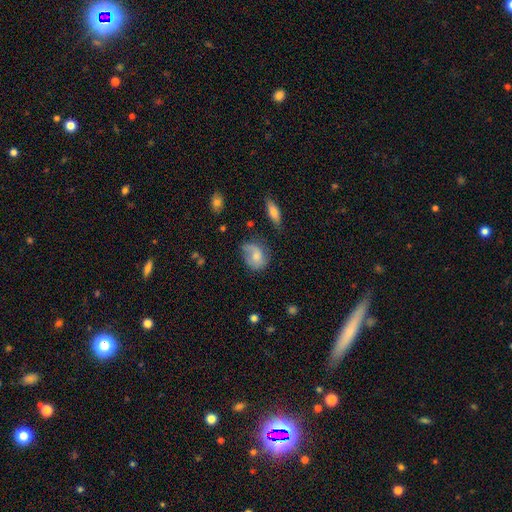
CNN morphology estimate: Smooth or featured? smooth (58%)
How rounded? in between (55%)
Merging? none (47%)